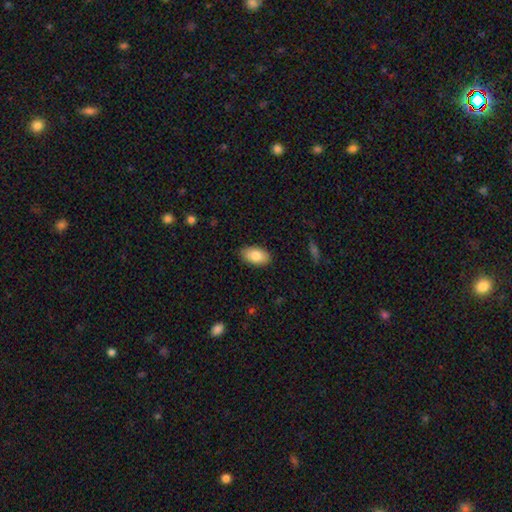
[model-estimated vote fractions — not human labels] This appears to be a smooth galaxy with no disk features (83%) that is in between round and cigar-shaped (94%). Merging: none (87%).